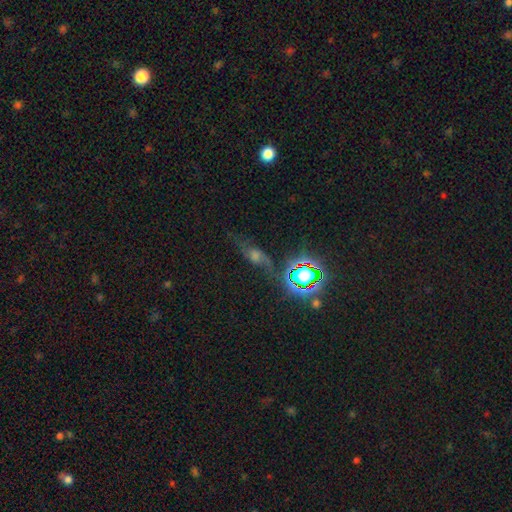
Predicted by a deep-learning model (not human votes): Overall: featured or disk (41%; star or artifact 35%). Merging: none (60%; minor disturbance 21%).